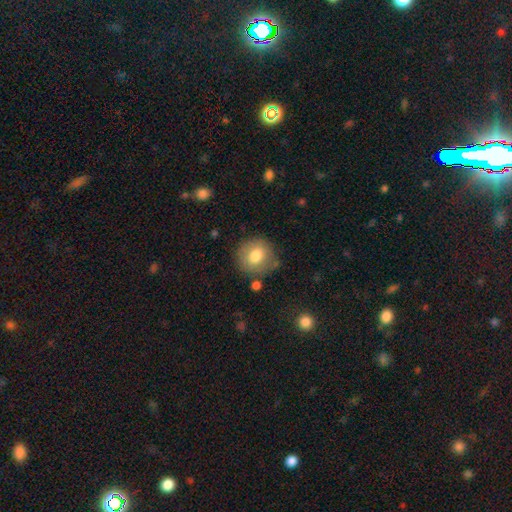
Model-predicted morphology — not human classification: Smooth or featured? smooth (76%)
How rounded? round (86%)
Merging? none (76%)